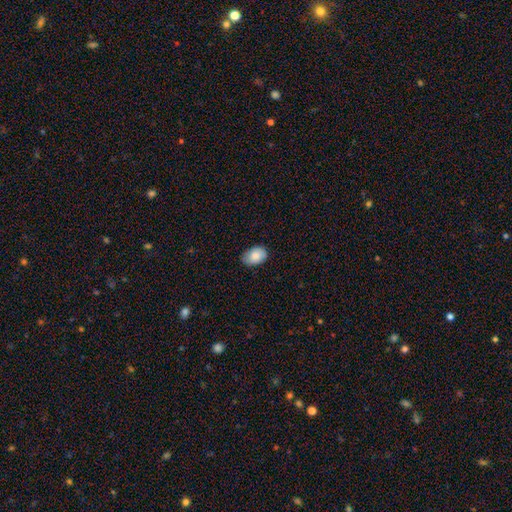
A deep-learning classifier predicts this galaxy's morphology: Smooth or featured: smooth — 85% (featured or disk — 8%)
How rounded: in between — 81% (round — 18%)
Merging: none — 75% (minor disturbance — 21%)